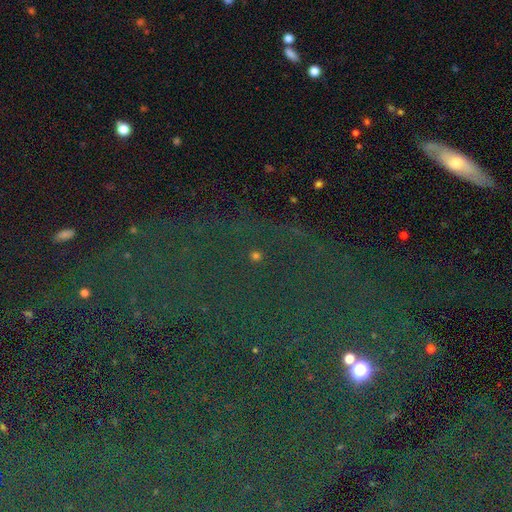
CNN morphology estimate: This appears to be a star or artifact, not a galaxy (80%).